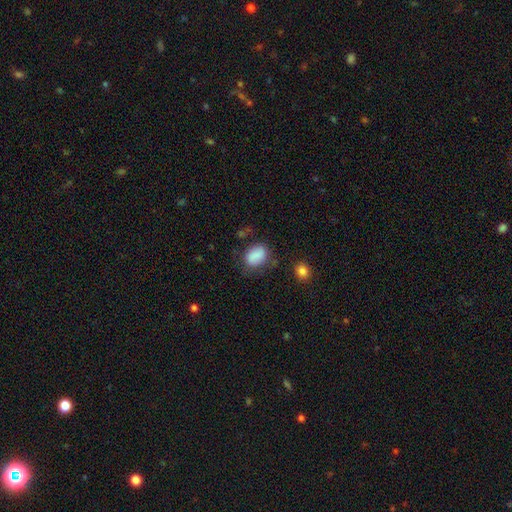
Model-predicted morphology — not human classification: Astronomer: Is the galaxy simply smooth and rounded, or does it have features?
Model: smooth — 86%.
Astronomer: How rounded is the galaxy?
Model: in between — 77%.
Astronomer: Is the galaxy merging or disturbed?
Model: none — 66%.